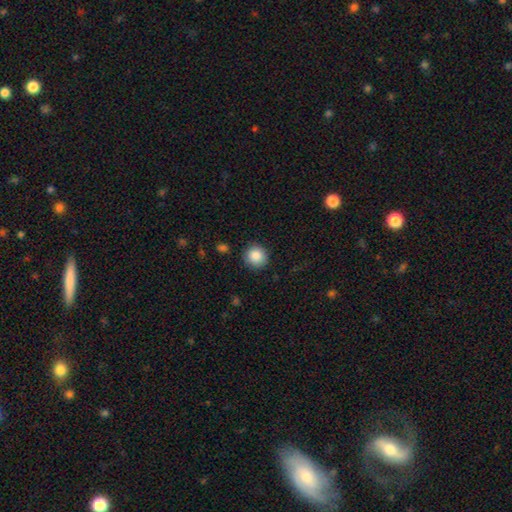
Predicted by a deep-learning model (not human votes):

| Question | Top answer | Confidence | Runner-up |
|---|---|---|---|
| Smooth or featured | smooth | 88% | star or artifact (9%) |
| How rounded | round | 92% | in between (7%) |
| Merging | none | 88% | minor disturbance (8%) |